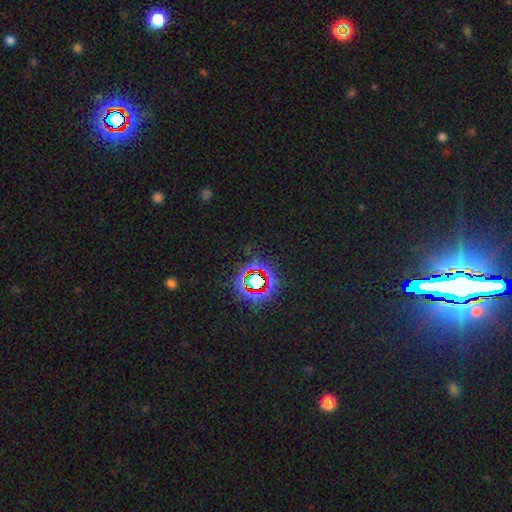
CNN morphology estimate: The model was most divided on "smooth or featured": star or artifact: 80%, smooth: 11%, featured or disk: 9%.